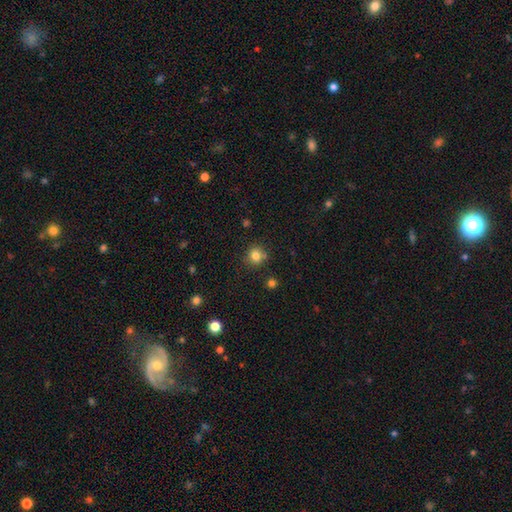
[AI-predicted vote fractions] This is clearly a smooth galaxy (81%). How rounded: clearly round (89%). Merging: clearly none (81%).